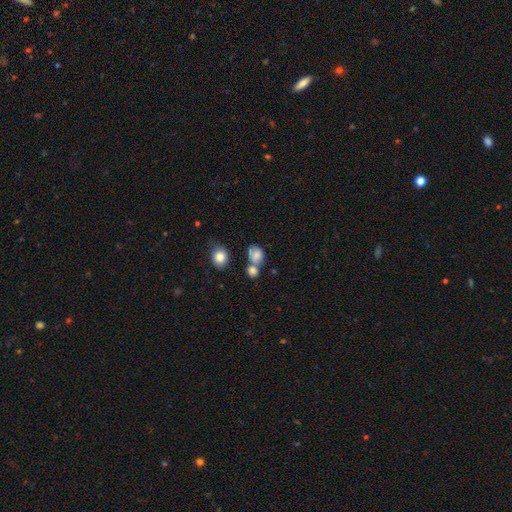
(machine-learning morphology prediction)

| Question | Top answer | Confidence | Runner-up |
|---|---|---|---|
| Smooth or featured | smooth | 79% | featured or disk (12%) |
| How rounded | in between | 56% | round (43%) |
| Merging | none | 39% | tied: merger (39%) |